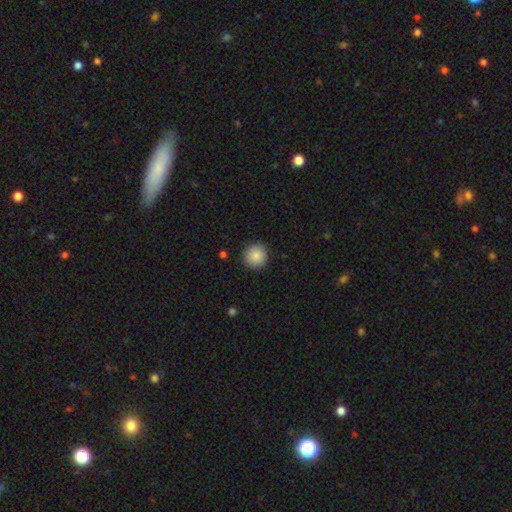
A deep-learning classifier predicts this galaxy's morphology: Q: Smooth or featured?
A: smooth (86%); runner-up: star or artifact (7%)
Q: How rounded?
A: round (93%); runner-up: in between (6%)
Q: Merging?
A: none (89%); runner-up: minor disturbance (8%)